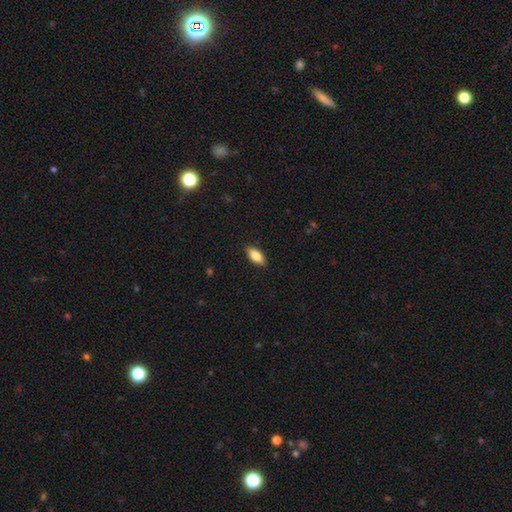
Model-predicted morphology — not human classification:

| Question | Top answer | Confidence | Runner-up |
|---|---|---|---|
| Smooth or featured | smooth | 83% | featured or disk (10%) |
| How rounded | in between | 87% | cigar-shaped (11%) |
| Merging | none | 88% | minor disturbance (10%) |